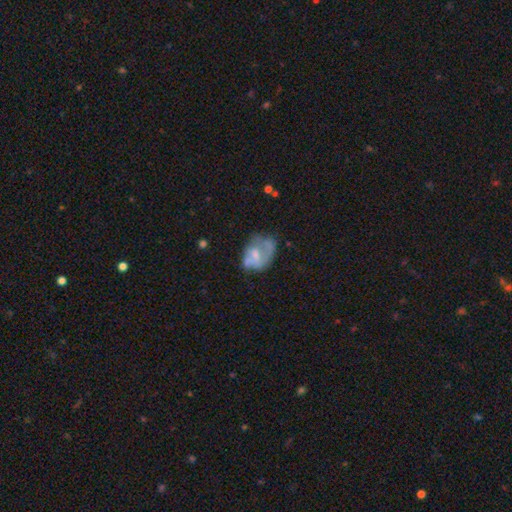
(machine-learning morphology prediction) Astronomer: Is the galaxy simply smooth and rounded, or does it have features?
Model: featured or disk — 47% (runner-up: smooth, 44%).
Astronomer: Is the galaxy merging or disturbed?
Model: none — 31% (runner-up: major disturbance, 29%).